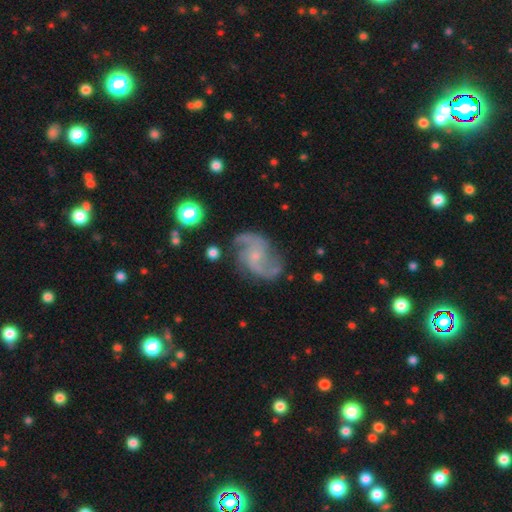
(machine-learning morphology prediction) This is clearly a featured or disk galaxy (88%). It is clearly not viewed edge-on (98%). Bar: likely no (60%). Spiral arm pattern: clearly yes (97%). Spiral arm count: clearly 2 (83%). Spiral winding: possibly medium (47%). Central bulge: likely small (71%). Merging: likely none (74%).